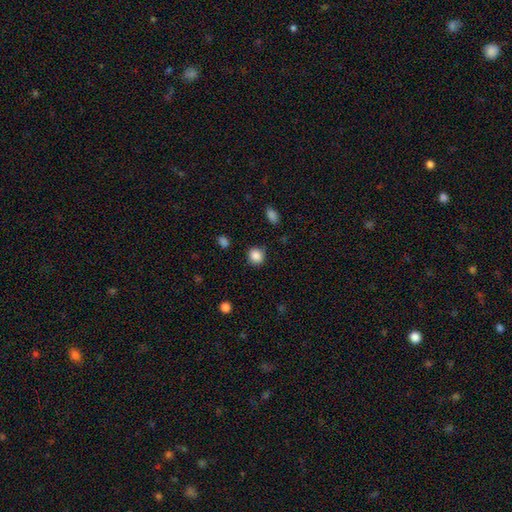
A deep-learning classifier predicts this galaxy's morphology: This appears to be a smooth galaxy with no disk features (87%) that is round (81%). Merging: none (85%).